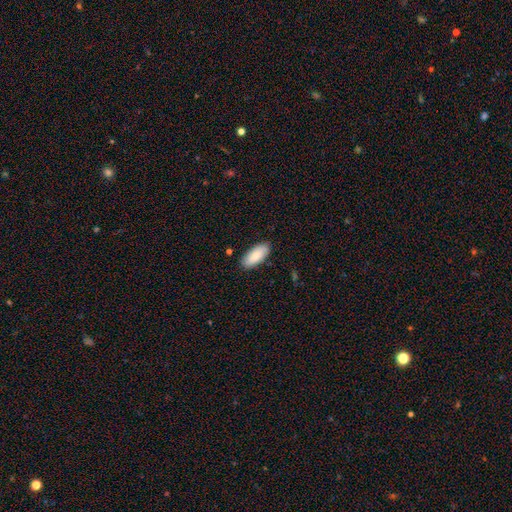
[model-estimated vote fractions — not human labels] Smooth or featured? smooth (84%)
How rounded? in between (88%)
Merging? none (85%)